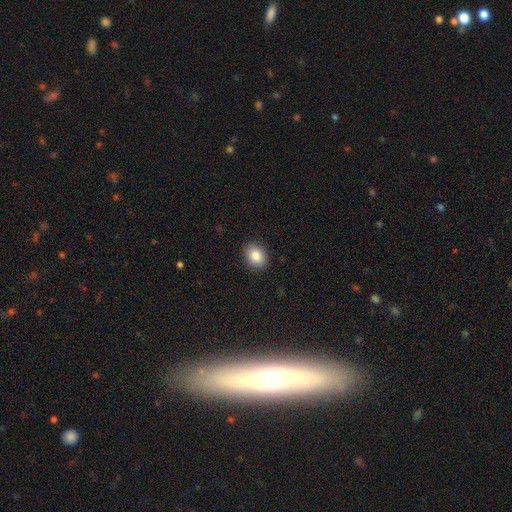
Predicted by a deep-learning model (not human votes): Smooth or featured: smooth — 86% (star or artifact — 9%)
How rounded: in between — 56% (round — 44%)
Merging: none — 89% (minor disturbance — 8%)